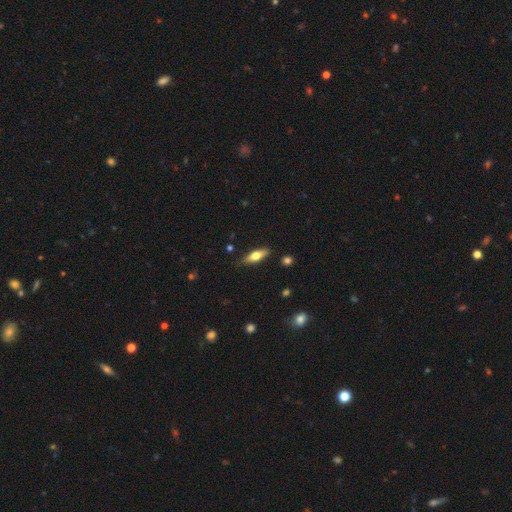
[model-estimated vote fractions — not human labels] smooth-or-featured: smooth: 57% | featured or disk: 37% | star or artifact: 6%
  how-rounded: in between: 52% | cigar-shaped: 45% | round: 3%
  merging: none: 85% | minor disturbance: 11% | major disturbance: 2% | merger: 1%